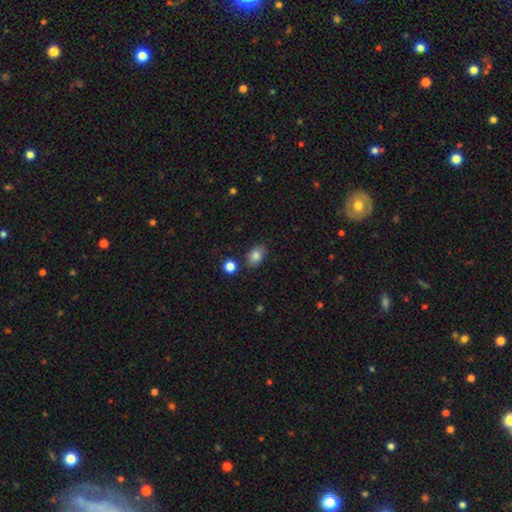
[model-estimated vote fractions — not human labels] Smooth or featured: smooth — 84% (star or artifact — 9%)
How rounded: in between — 82% (round — 17%)
Merging: none — 76% (minor disturbance — 16%)